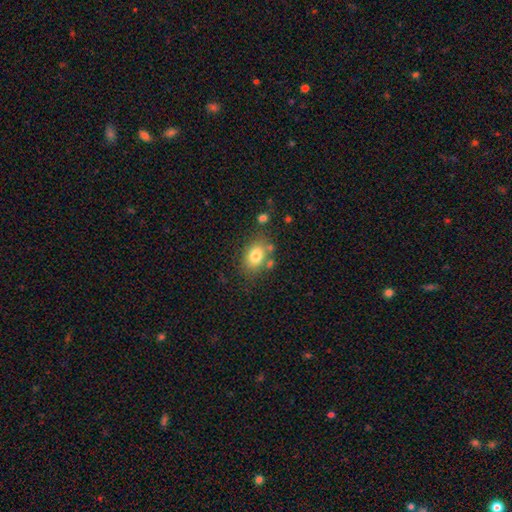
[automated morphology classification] Smooth or featured? smooth (79%)
How rounded? in between (72%)
Merging? none (73%)